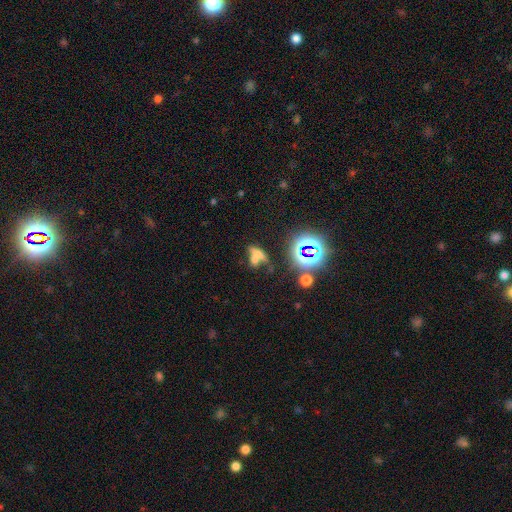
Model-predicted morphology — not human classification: Q: Smooth or featured?
A: smooth (48%); runner-up: star or artifact (29%)
Q: Merging?
A: merger (46%); runner-up: none (32%)